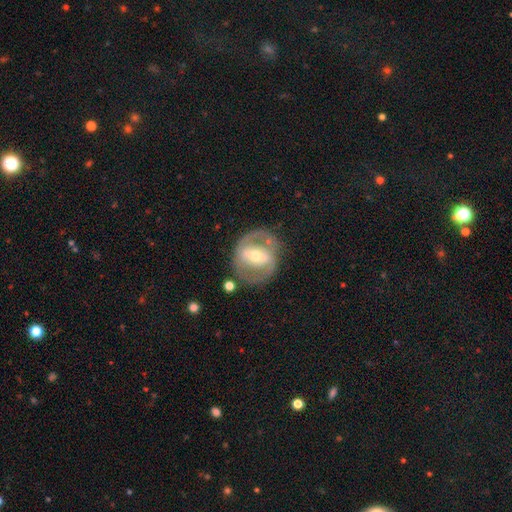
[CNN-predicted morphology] This is likely a featured or disk galaxy (75%). It is clearly not viewed edge-on (96%). Bar: marginally strong (44%). Spiral arm pattern: likely yes (63%). Central bulge: likely moderate (65%). Merging: likely none (72%).